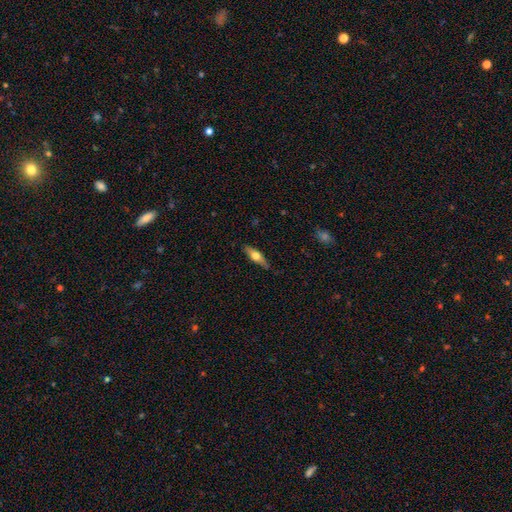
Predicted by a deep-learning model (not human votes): Smooth or featured? smooth (50%)
How rounded? cigar-shaped (54%)
Merging? none (82%)